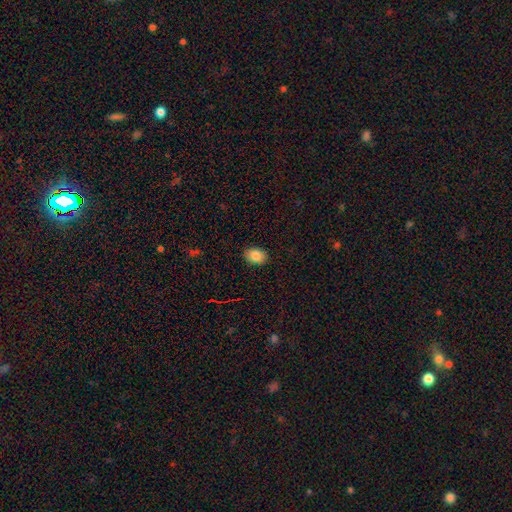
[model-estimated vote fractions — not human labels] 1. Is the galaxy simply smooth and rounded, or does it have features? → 86% smooth, 9% star or artifact, 6% featured or disk.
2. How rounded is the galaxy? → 72% in between, 27% round, 1% cigar-shaped.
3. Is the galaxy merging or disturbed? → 89% none, 8% minor disturbance, 2% major disturbance, 1% merger.